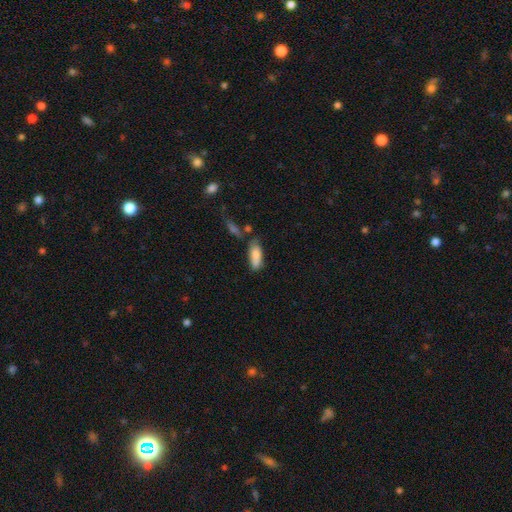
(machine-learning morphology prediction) A smooth galaxy with no disk features (78%) that is in between round and cigar-shaped (75%). Merging: none (53%).